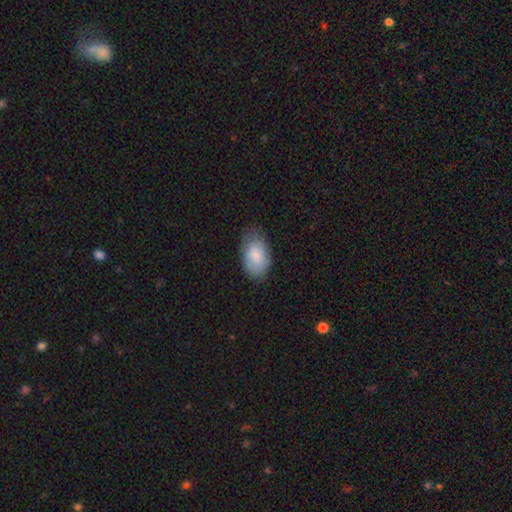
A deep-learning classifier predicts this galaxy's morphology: This is clearly a smooth galaxy (81%). How rounded: clearly in between (93%). Merging: likely none (72%).